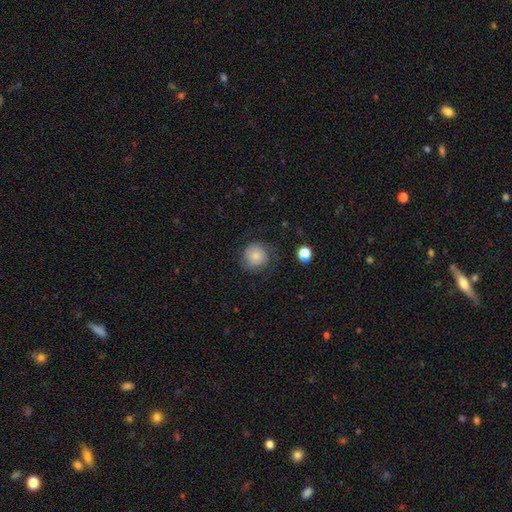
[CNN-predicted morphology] Smooth or featured?
  - smooth: 73% *
  - featured or disk: 18%
  - star or artifact: 9%
How rounded?
  - round: 91% *
  - in between: 8%
  - cigar-shaped: 1%
Merging?
  - none: 70% *
  - minor disturbance: 19%
  - major disturbance: 10%
  - merger: 1%